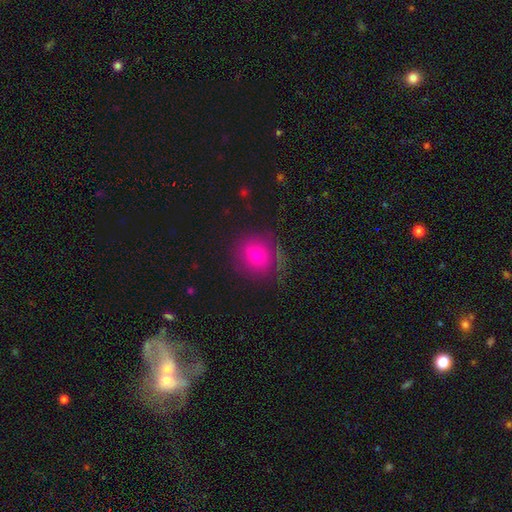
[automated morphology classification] This appears to be a smooth galaxy with no disk features (67%) that is round (79%). Merging: none (65%).